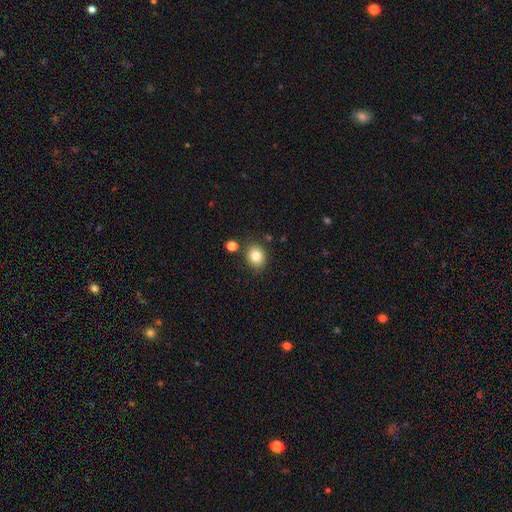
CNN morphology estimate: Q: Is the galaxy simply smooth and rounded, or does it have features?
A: smooth — 82%.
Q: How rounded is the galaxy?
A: round — 56%.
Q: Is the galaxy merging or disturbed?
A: none — 81%.